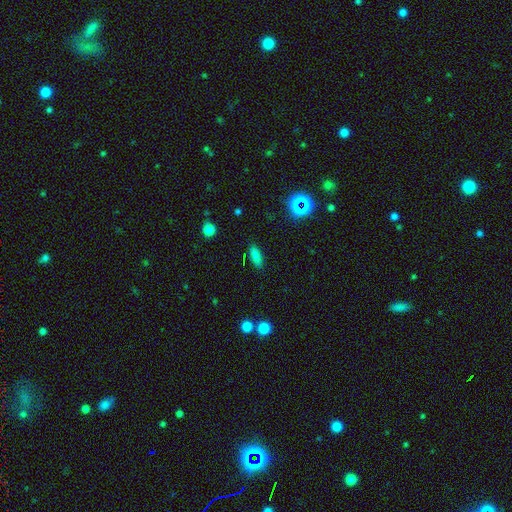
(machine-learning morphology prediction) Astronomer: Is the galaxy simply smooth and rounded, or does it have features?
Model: smooth — 80%.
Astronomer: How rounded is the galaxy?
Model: in between — 62%.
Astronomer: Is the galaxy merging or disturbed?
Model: none — 87%.